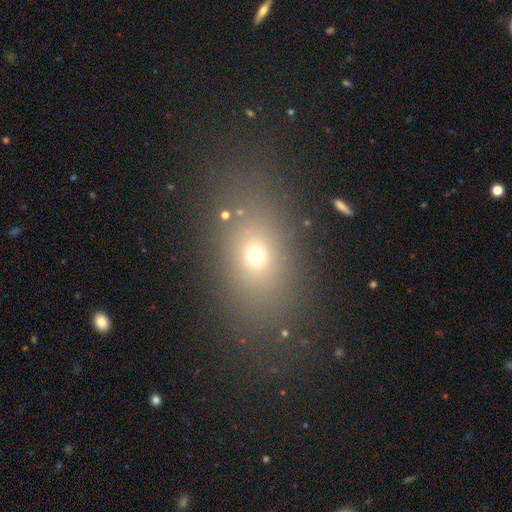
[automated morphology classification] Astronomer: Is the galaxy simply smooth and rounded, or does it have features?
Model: smooth — 66%.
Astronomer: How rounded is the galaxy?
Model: in between — 71%.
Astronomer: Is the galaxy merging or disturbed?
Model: none — 82%.